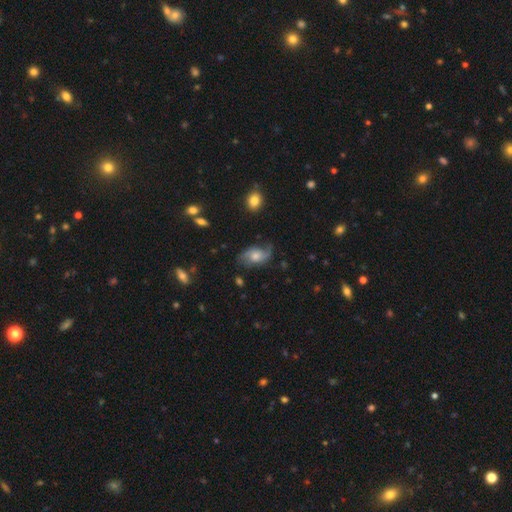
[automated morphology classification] Q: Smooth or featured?
A: featured or disk (62%); runner-up: smooth (29%)
Q: Edge-on disk?
A: no (95%); runner-up: yes (5%)
Q: Bar?
A: no (67%); runner-up: weak (29%)
Q: Spiral arms?
A: yes (89%); runner-up: no (11%)
Q: Spiral winding?
A: loose (62%); runner-up: medium (28%)
Q: Spiral arm count?
A: 2 (80%); runner-up: 1 (8%)
Q: Bulge size?
A: moderate (53%); runner-up: small (26%)
Q: Merging?
A: none (60%); runner-up: minor disturbance (26%)